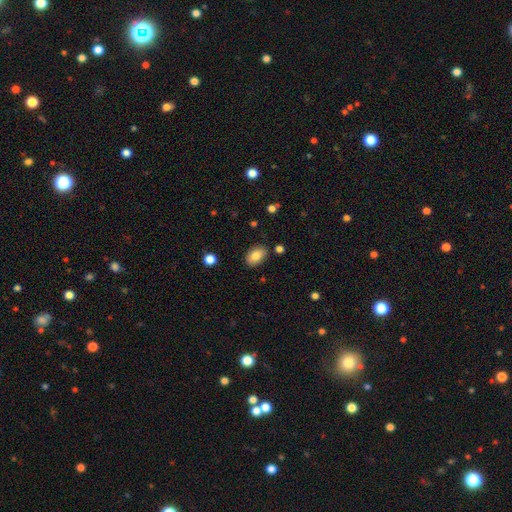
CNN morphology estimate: Smooth or featured: smooth — 82% (featured or disk — 10%)
How rounded: in between — 89% (round — 9%)
Merging: none — 83% (minor disturbance — 12%)